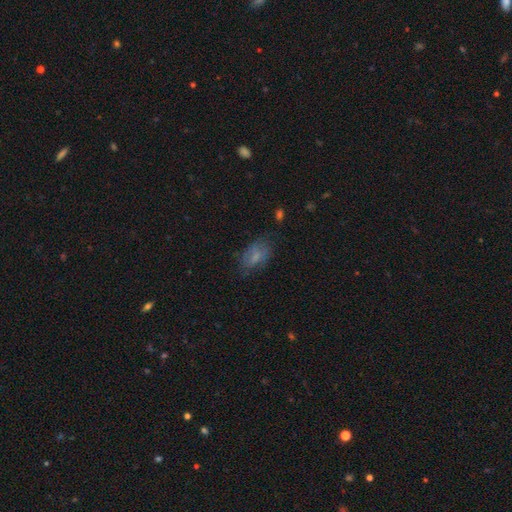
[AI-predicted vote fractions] Smooth or featured? smooth (65%)
How rounded? in between (90%)
Merging? none (60%)